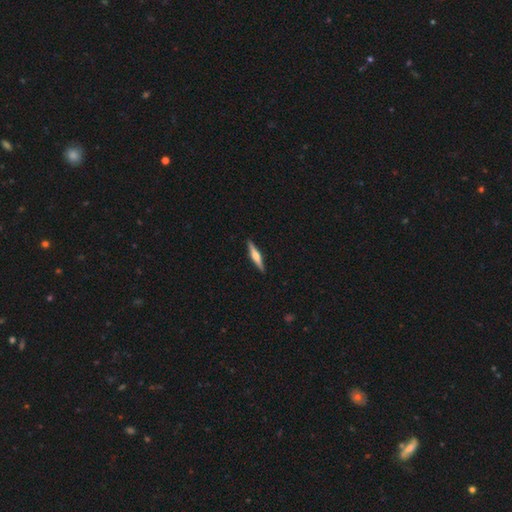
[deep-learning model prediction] Smooth or featured: featured or disk — 61% (smooth — 34%)
Edge-on disk: yes — 97% (no — 3%)
Edge-on bulge: rounded — 86% (boxy — 9%)
Merging: none — 91% (minor disturbance — 6%)